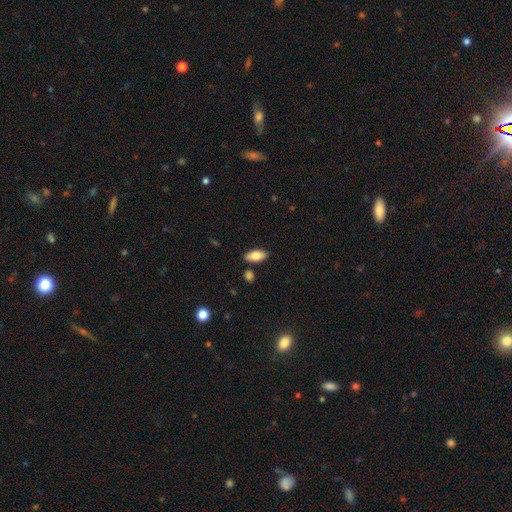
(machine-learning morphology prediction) type=smooth (80%); roundness=in between (89%); merging=none (84%).